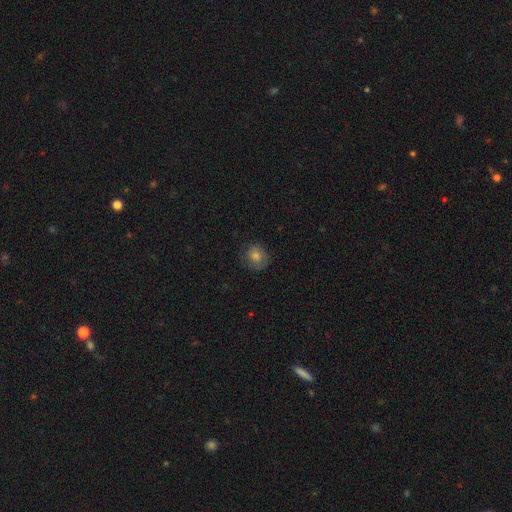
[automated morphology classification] Overall: smooth (65%). How rounded: round (78%). Merging: none (76%).